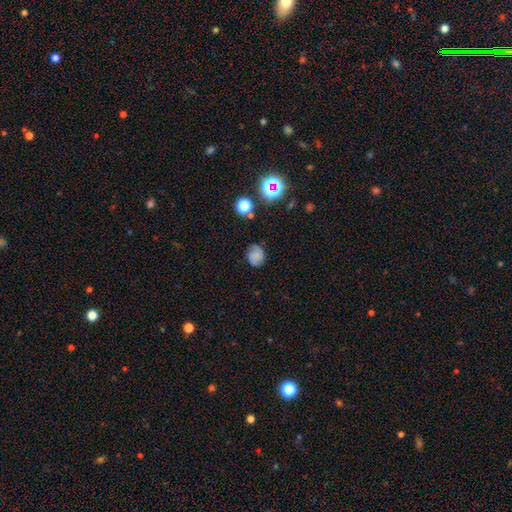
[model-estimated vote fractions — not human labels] This is possibly a smooth galaxy (51%). How rounded: likely round (64%). Merging: likely none (72%).